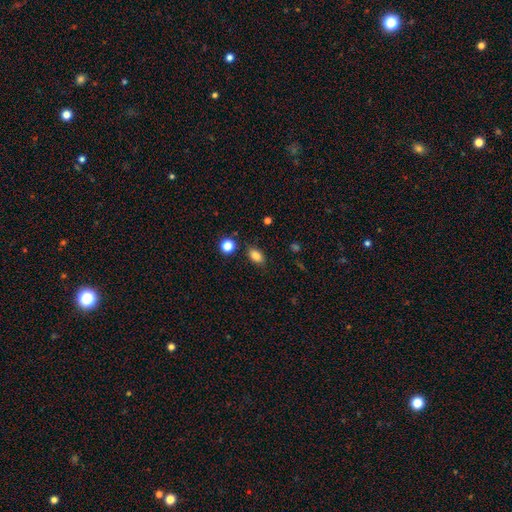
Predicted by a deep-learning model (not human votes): A smooth galaxy with no disk features (84%) that is in between round and cigar-shaped (82%). Merging: none (82%).